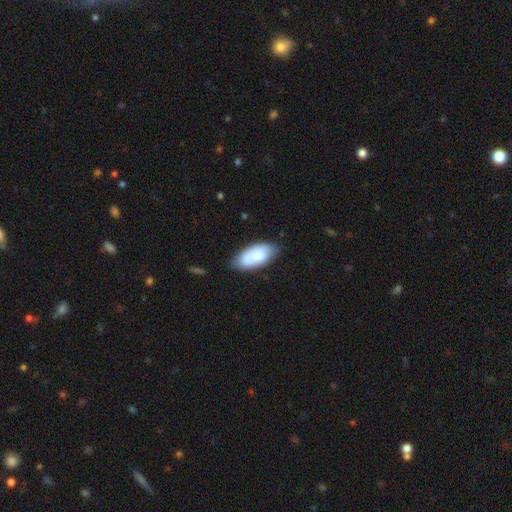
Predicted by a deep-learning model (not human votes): The model was most divided on "merging": none: 68%, minor disturbance: 21%, merger: 7%, major disturbance: 5%. More confident: how rounded — in between (92%); smooth or featured — smooth (71%).